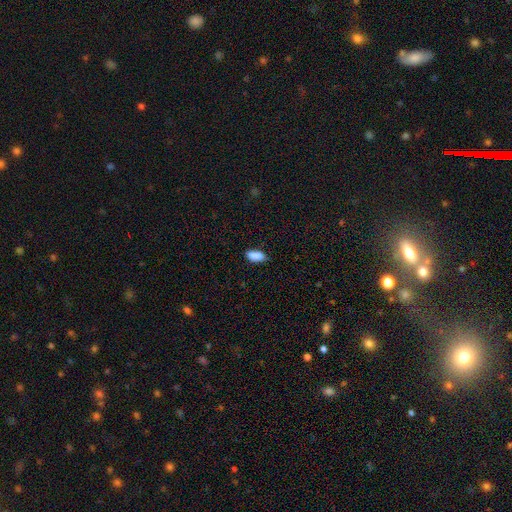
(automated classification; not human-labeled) Overall: smooth (88%). How rounded: in between (86%). Merging: none (74%).